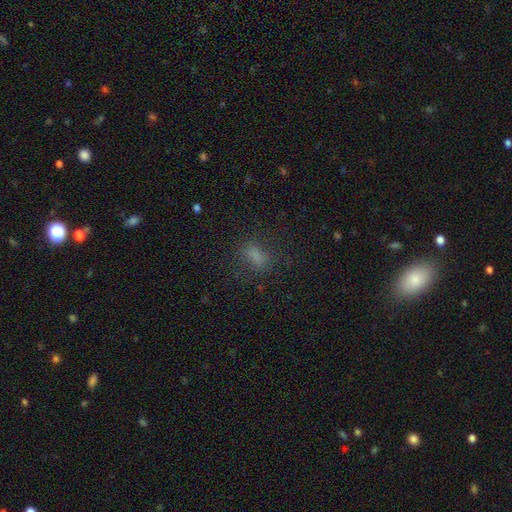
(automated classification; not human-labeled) Overall: smooth (69%). How rounded: in between (73%). Merging: none (67%).